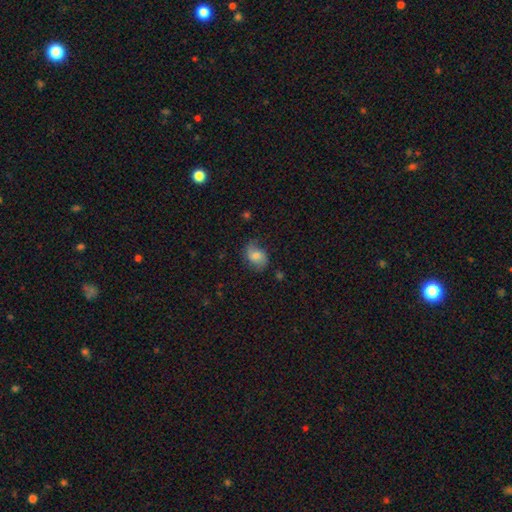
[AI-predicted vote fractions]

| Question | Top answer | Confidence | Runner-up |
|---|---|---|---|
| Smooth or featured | smooth | 65% | featured or disk (26%) |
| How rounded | in between | 69% | round (30%) |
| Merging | none | 63% | minor disturbance (26%) |